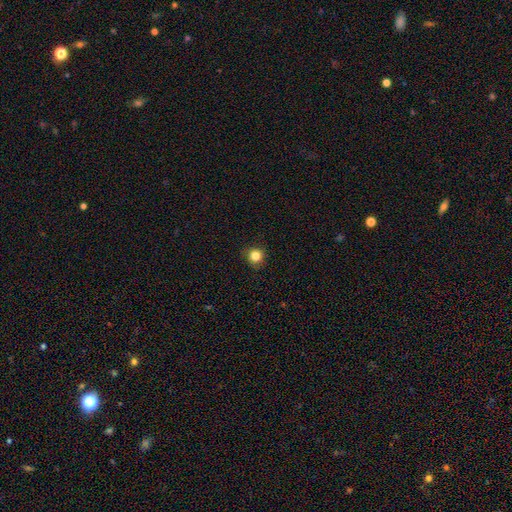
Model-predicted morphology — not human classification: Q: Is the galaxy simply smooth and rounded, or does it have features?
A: smooth — 83%.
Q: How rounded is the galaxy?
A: round — 93%.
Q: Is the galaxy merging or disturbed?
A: none — 90%.